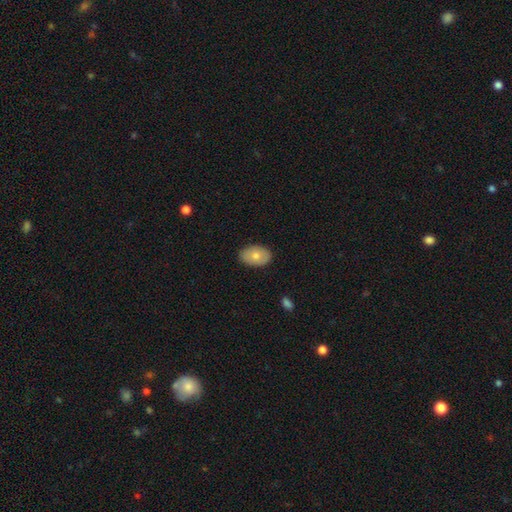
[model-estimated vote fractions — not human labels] Overall: smooth (71%). How rounded: in between (88%). Merging: none (86%).